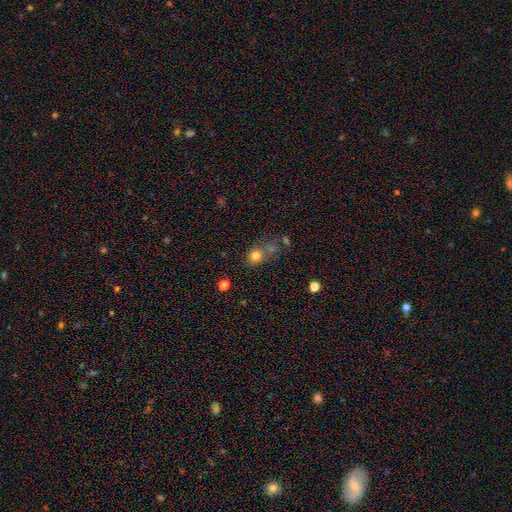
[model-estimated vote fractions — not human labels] smooth 78%, star or artifact 13%, featured or disk 8%. Down the decision tree: how rounded — round (69%); merging — none (54%).